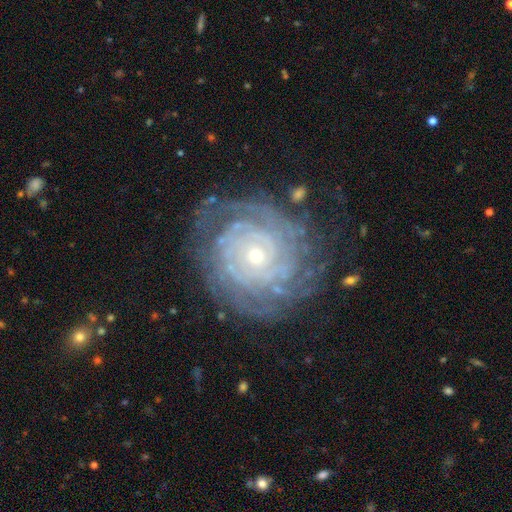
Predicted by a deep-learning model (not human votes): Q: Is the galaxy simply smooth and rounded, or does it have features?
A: featured or disk — 88%.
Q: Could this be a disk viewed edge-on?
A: no — 97%.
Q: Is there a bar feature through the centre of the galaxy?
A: no — 81%.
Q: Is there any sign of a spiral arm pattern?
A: yes — 96%.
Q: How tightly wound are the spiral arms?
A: tight — 84%.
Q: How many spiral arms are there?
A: can't tell — 35%.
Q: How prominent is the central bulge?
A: small — 65%.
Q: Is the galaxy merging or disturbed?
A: none — 76%.